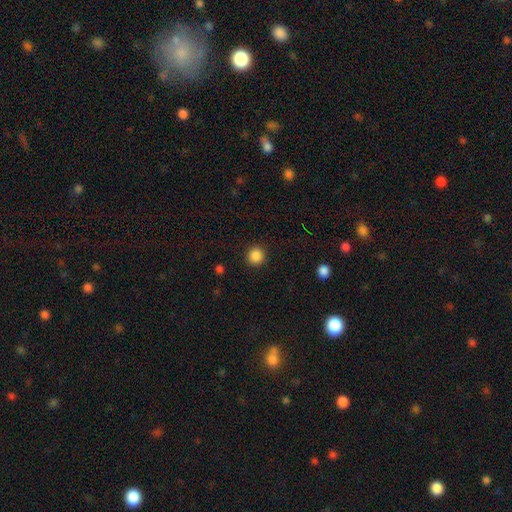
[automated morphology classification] type=smooth (87%); roundness=round (93%); merging=none (91%).